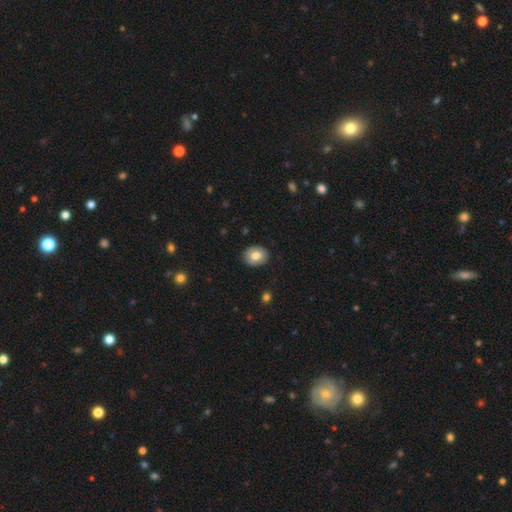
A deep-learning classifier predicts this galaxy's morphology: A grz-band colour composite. It shows a smooth galaxy with no disk features (76%) that is round (55%). Merging: none (88%).